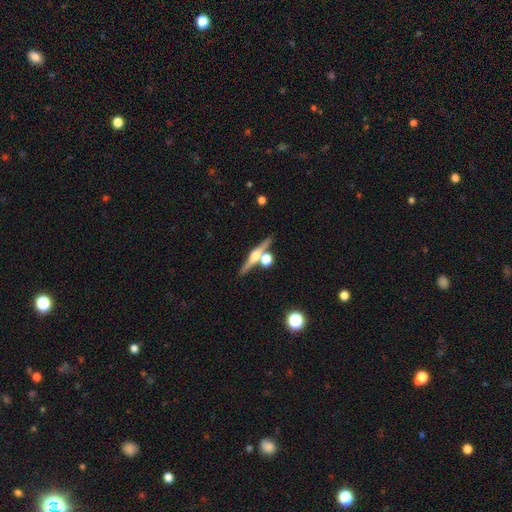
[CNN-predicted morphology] type=featured or disk (73%); edge-on=yes (96%); edge-on bulge=rounded (92%); merging=none (74%).